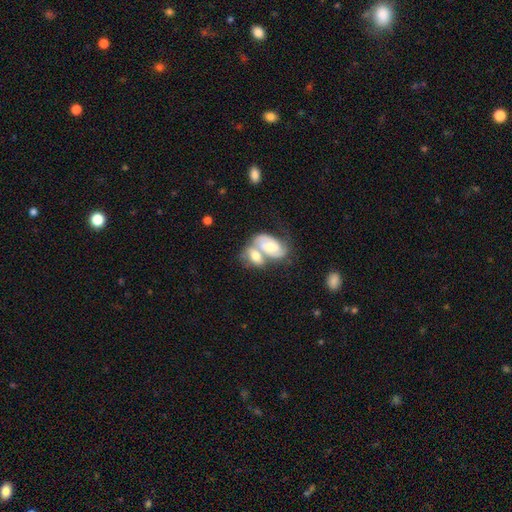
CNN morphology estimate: smooth_or_featured: featured or disk (p=0.54) [alt: smooth p=0.40]
disk_edge_on: no (p=0.94) [alt: yes p=0.06]
bar: no (p=0.54) [alt: weak p=0.33]
has_spiral_arms: yes (p=0.78) [alt: no p=0.22]
bulge_size: moderate (p=0.54) [alt: small p=0.28]
merging: merger (p=0.69) [alt: none p=0.17]